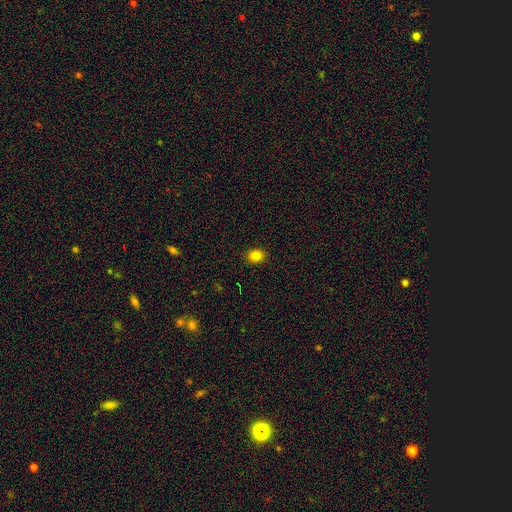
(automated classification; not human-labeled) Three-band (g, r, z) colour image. It shows a smooth galaxy with no disk features (84%) that is round (60%). Merging: none (91%).